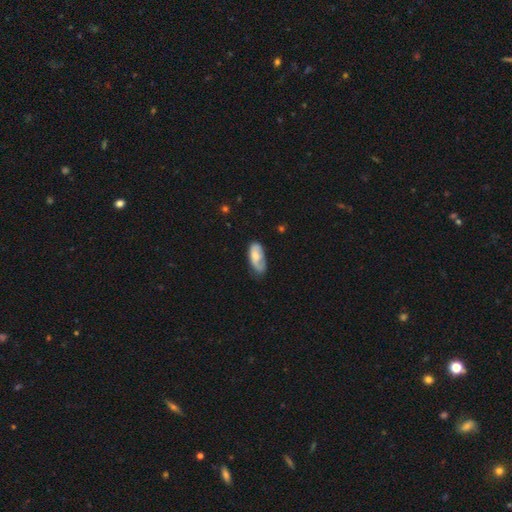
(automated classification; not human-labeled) Smooth or featured: smooth — 62% (featured or disk — 32%)
How rounded: in between — 89% (cigar-shaped — 8%)
Merging: none — 47% (minor disturbance — 36%)